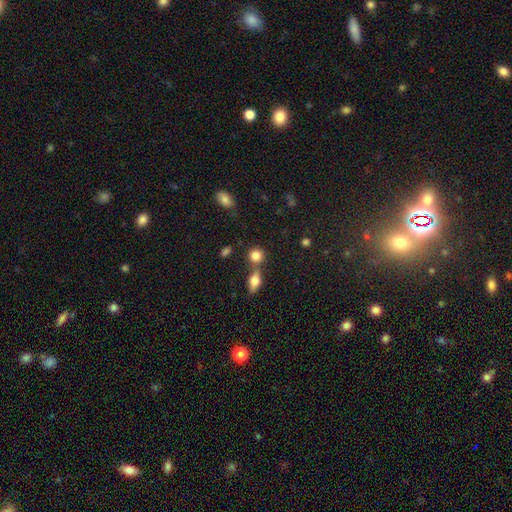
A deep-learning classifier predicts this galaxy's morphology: This appears to be a smooth galaxy with no disk features (82%) that is round (79%). Merging: none (59%).